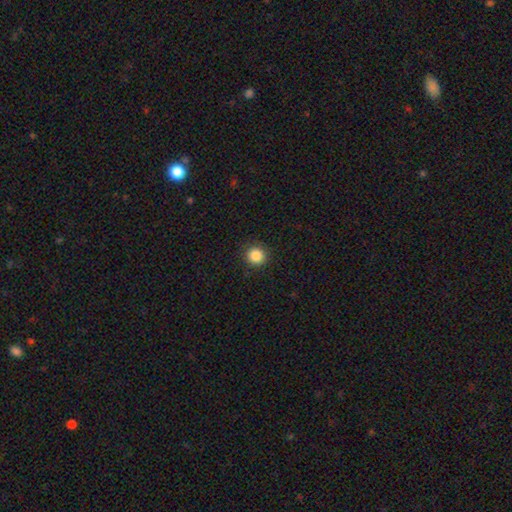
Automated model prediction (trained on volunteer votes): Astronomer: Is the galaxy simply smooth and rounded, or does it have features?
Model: smooth — 86%.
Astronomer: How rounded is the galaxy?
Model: round — 93%.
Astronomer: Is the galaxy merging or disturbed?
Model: none — 91%.